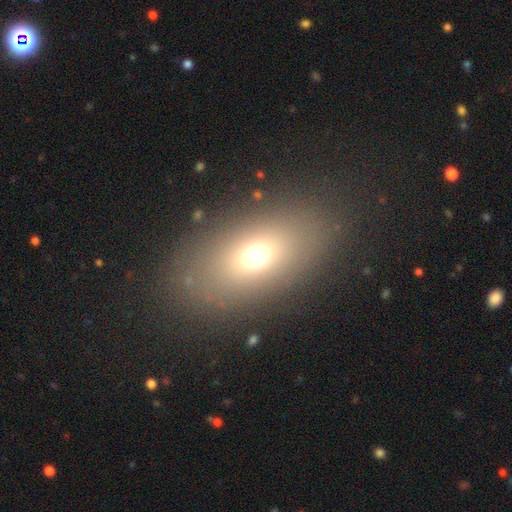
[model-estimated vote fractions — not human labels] smooth 67%, featured or disk 18%, star or artifact 16%. Down the decision tree: how rounded — in between (80%); merging — none (82%).